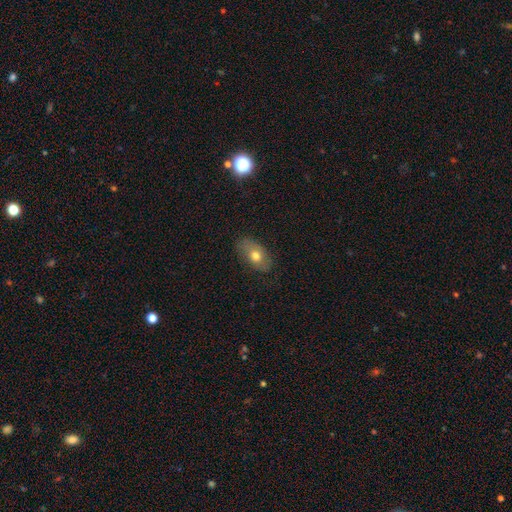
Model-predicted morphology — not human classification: smooth_or_featured: smooth (p=0.69) [alt: featured or disk p=0.23]
how_rounded: in between (p=0.87) [alt: round p=0.10]
merging: none (p=0.77) [alt: minor disturbance p=0.18]